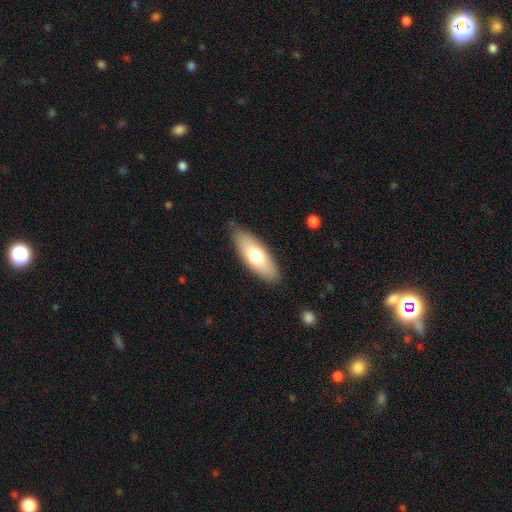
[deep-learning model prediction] smooth-or-featured: smooth: 70% | featured or disk: 25% | star or artifact: 6%
  how-rounded: in between: 72% | cigar-shaped: 26% | round: 2%
  merging: none: 83% | minor disturbance: 13% | major disturbance: 3% | merger: 1%